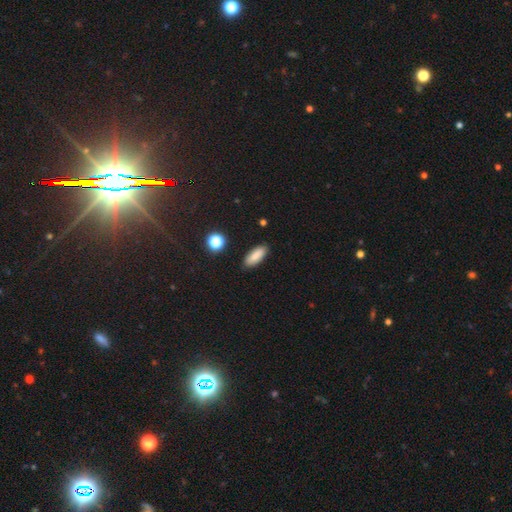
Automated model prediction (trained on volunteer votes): smooth-or-featured: smooth: 86% | star or artifact: 8% | featured or disk: 6%
  how-rounded: in between: 73% | cigar-shaped: 25% | round: 2%
  merging: none: 87% | minor disturbance: 9% | major disturbance: 2% | merger: 2%